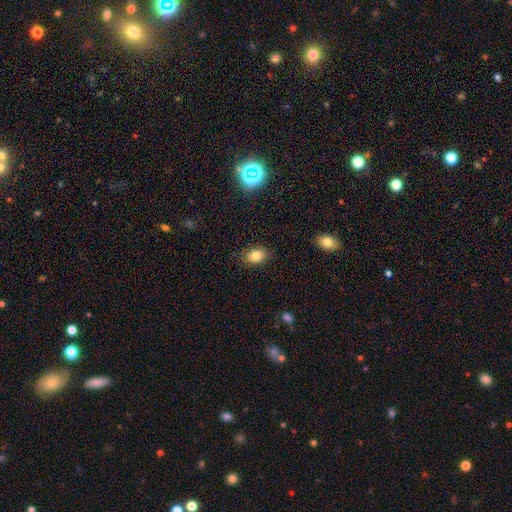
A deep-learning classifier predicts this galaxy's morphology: smooth 83%, star or artifact 10%, featured or disk 7%. Down the decision tree: how rounded — in between (78%); merging — none (86%).